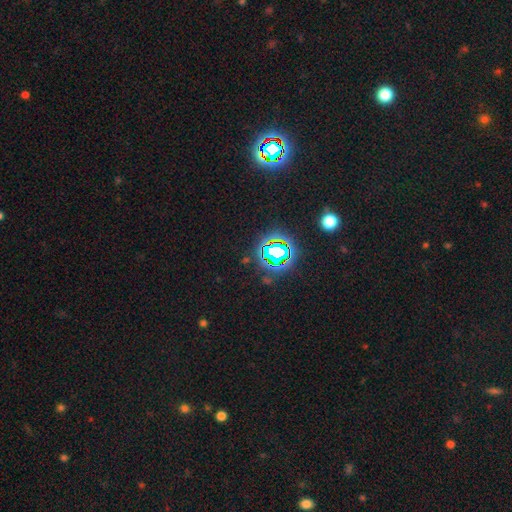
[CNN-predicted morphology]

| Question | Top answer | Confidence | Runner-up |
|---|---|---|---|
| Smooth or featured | star or artifact | 81% | smooth (12%) |